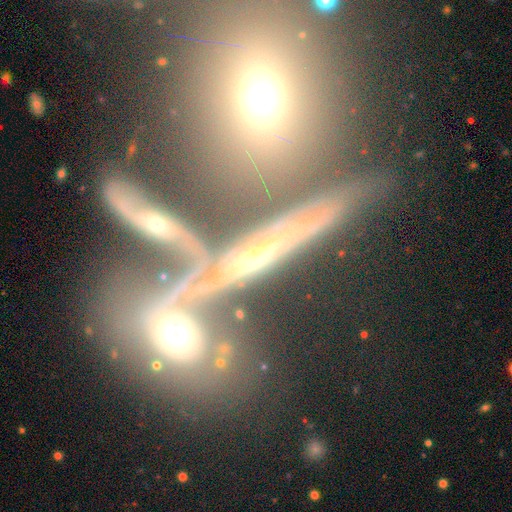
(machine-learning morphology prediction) A featured or disk galaxy (56%) viewed edge-on (59%). Merging: merger (42%).